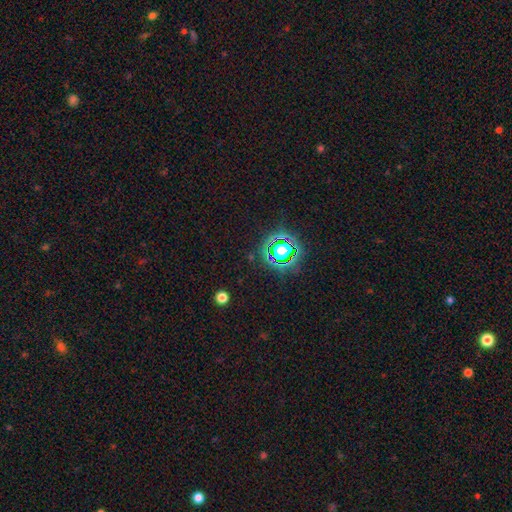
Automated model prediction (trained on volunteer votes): smooth_or_featured: star or artifact (p=0.75) [alt: smooth p=0.17]